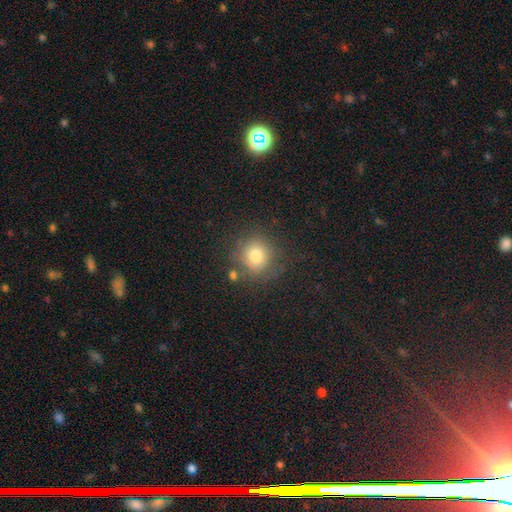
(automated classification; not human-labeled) A smooth galaxy with no disk features (76%) that is round (91%). Merging: none (79%).